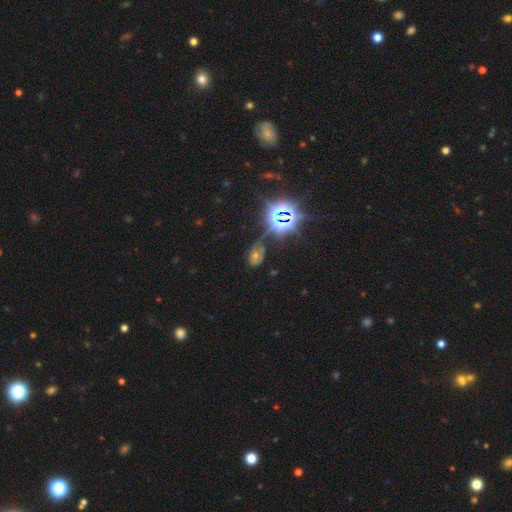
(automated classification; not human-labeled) star or artifact 59%, featured or disk 21%, smooth 20%.